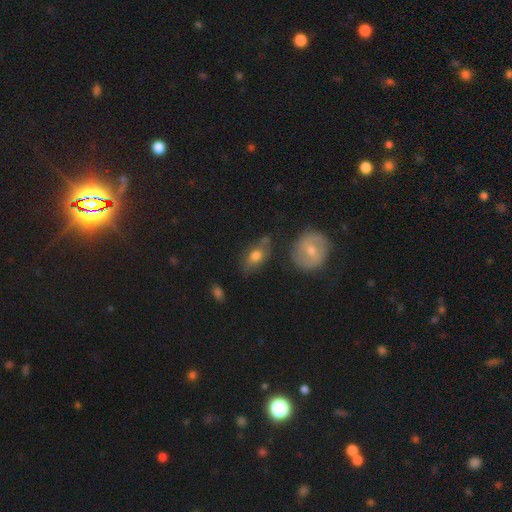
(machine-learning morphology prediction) smooth_or_featured: smooth (p=0.63) [alt: featured or disk p=0.28]
how_rounded: in between (p=0.82) [alt: round p=0.12]
merging: none (p=0.63) [alt: minor disturbance p=0.22]